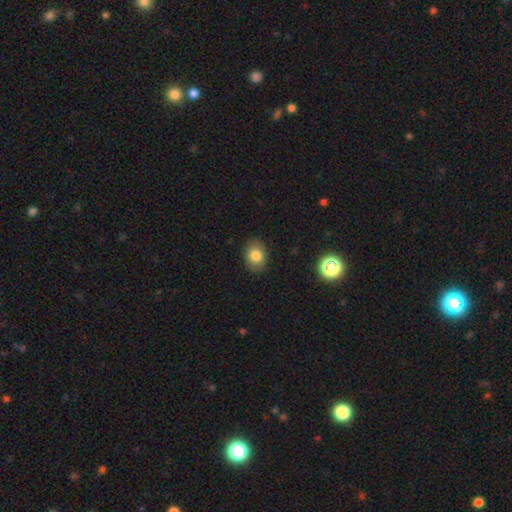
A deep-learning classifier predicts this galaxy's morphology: smooth-or-featured: smooth: 80% | featured or disk: 10% | star or artifact: 10%
  how-rounded: in between: 61% | round: 38% | cigar-shaped: 1%
  merging: none: 87% | minor disturbance: 9% | major disturbance: 2% | merger: 1%